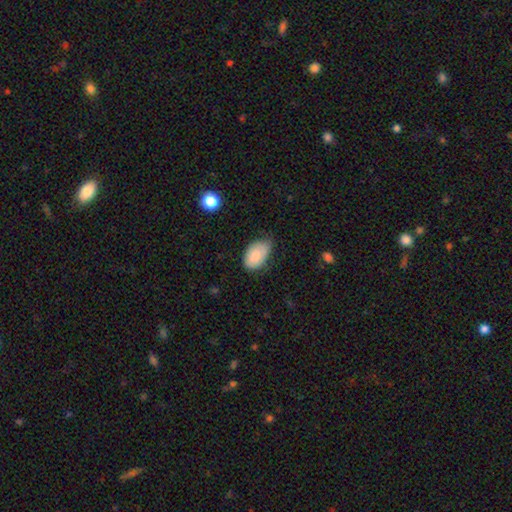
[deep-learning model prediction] Overall: smooth (83%). How rounded: in between (92%). Merging: none (45%; minor disturbance 44%).